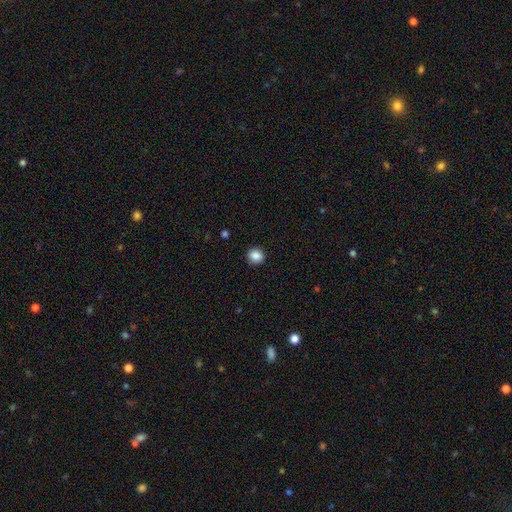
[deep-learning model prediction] Smooth or featured: smooth — 87% (star or artifact — 10%)
How rounded: round — 86% (in between — 13%)
Merging: none — 90% (minor disturbance — 7%)